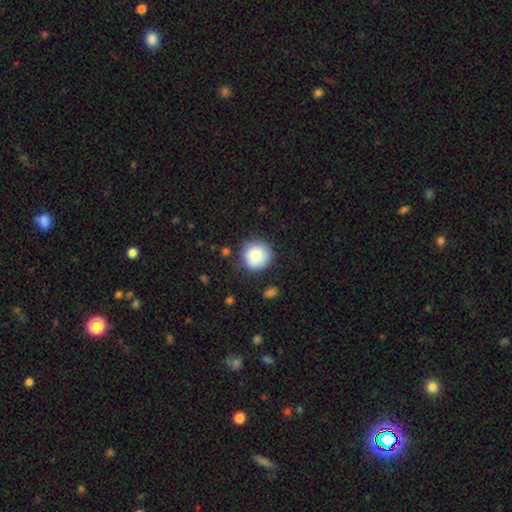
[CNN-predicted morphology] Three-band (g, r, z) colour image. It shows a smooth galaxy with no disk features (84%) that is round (94%). Merging: none (80%).